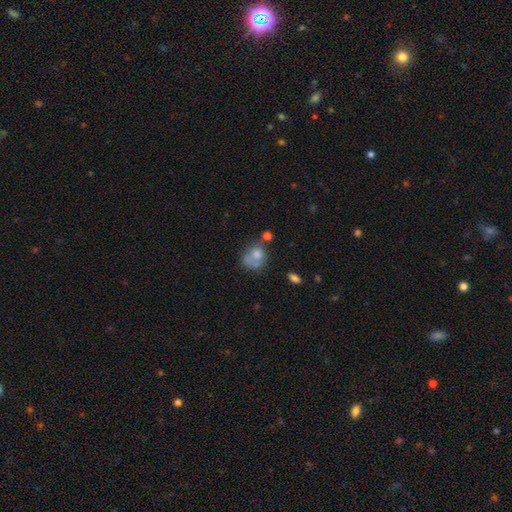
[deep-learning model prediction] Smooth or featured? Predicted: smooth (p=0.67). How rounded? Predicted: round (p=0.57). Merging? Predicted: none (p=0.30).